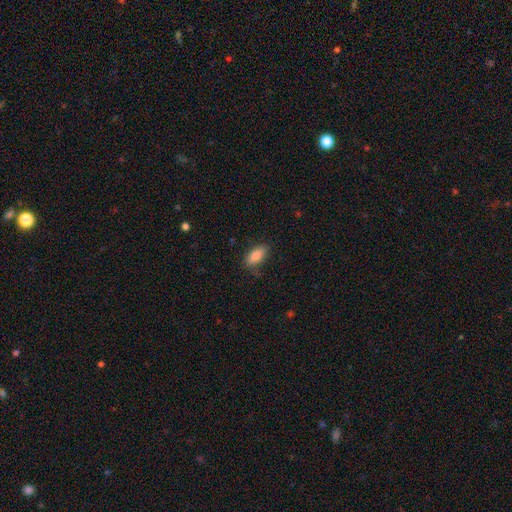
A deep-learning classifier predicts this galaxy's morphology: Smooth or featured? Predicted: smooth (p=0.86). How rounded? Predicted: in between (p=0.86). Merging? Predicted: none (p=0.77).